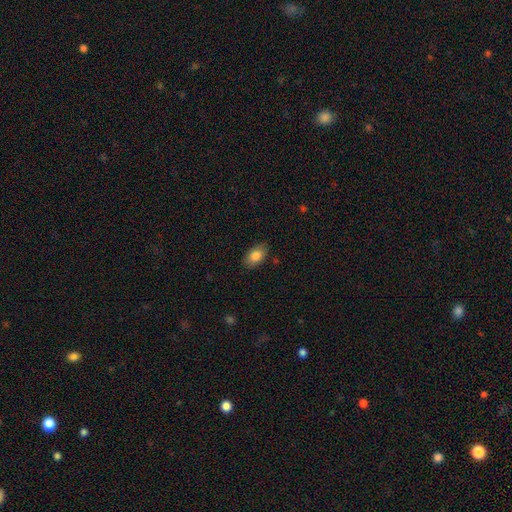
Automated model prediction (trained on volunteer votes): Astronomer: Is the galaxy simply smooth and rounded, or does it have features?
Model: smooth — 83%.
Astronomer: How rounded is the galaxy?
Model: in between — 90%.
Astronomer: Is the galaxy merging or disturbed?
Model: none — 84%.